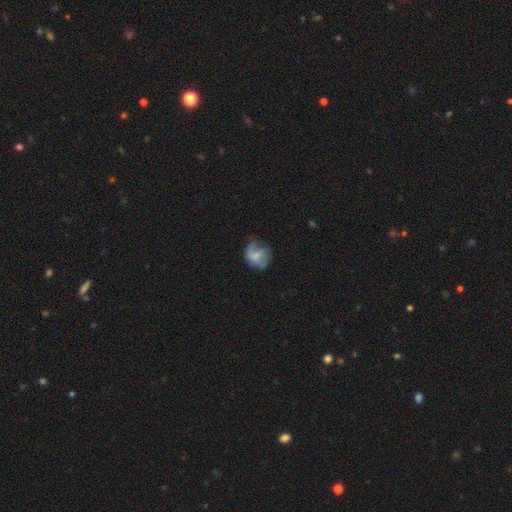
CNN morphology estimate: smooth 53%, featured or disk 37%, star or artifact 10%. Down the decision tree: how rounded — round (57%); merging — none (45%).